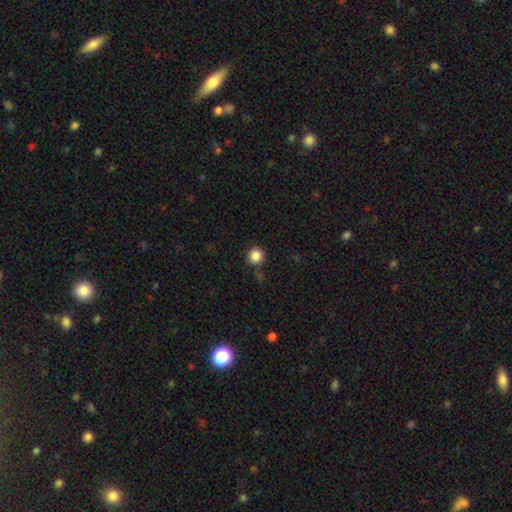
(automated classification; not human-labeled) A smooth galaxy with no disk features (86%) that is round (94%).

Vote fractions:
- Smooth or featured? smooth: 86% / star or artifact: 11% / featured or disk: 3%
- How rounded? round: 94% / in between: 5% / cigar-shaped: 1%
- Merging? none: 83% / minor disturbance: 10% / merger: 4% / major disturbance: 3%